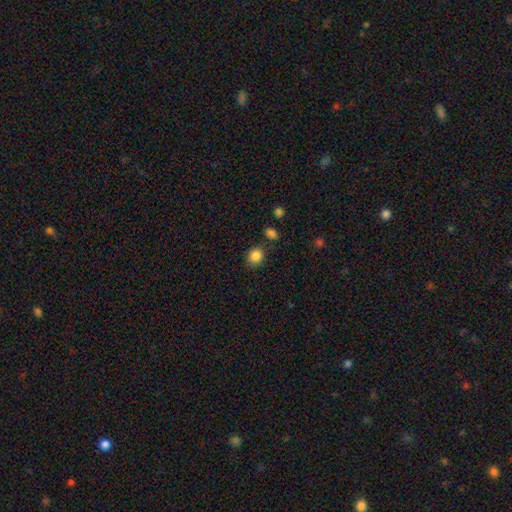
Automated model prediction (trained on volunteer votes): smooth 86%, star or artifact 10%, featured or disk 4%. Down the decision tree: how rounded — round (77%); merging — none (79%).